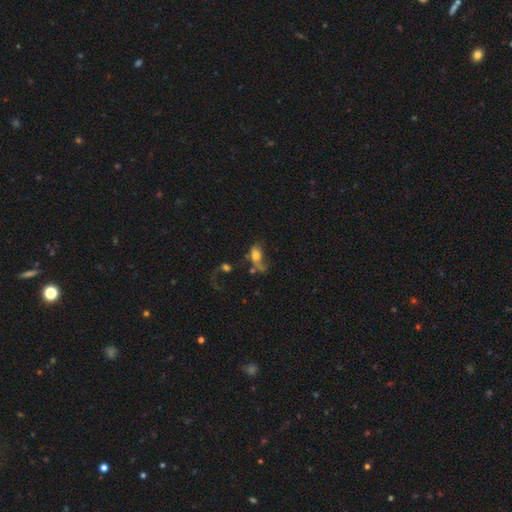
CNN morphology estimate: Smooth or featured? Predicted: smooth (p=0.57). How rounded? Predicted: in between (p=0.79). Merging? Predicted: major disturbance (p=0.40).